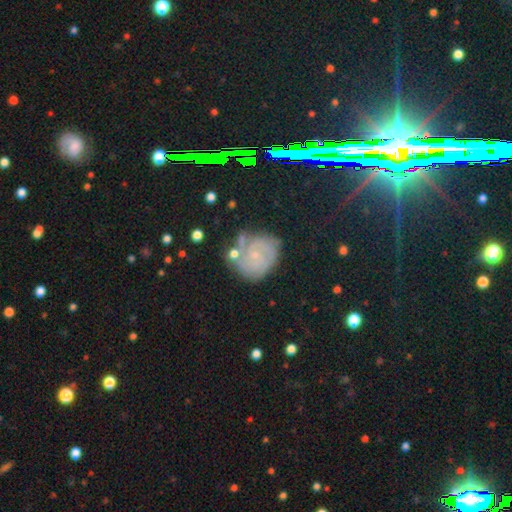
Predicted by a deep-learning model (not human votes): Q: Smooth or featured?
A: featured or disk (67%); runner-up: smooth (19%)
Q: Edge-on disk?
A: no (98%); runner-up: yes (2%)
Q: Bar?
A: no (68%); runner-up: weak (27%)
Q: Spiral arms?
A: yes (90%); runner-up: no (10%)
Q: Spiral winding?
A: tight (65%); runner-up: medium (27%)
Q: Spiral arm count?
A: can't tell (33%); runner-up: 2 (28%)
Q: Bulge size?
A: small (80%); runner-up: moderate (11%)
Q: Merging?
A: none (65%); runner-up: minor disturbance (20%)